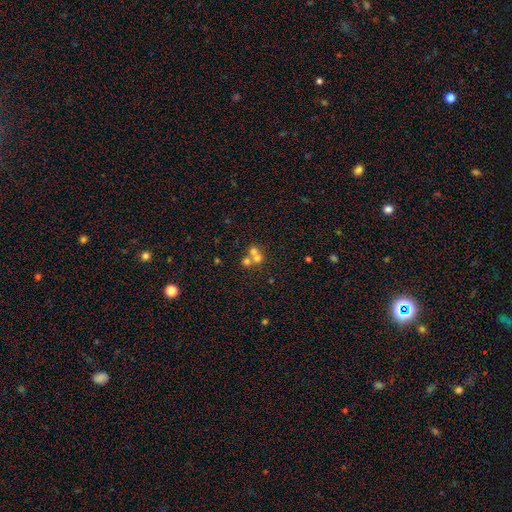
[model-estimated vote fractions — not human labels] A smooth galaxy with no disk features (57%) that is round (83%). Merging: merger (61%).